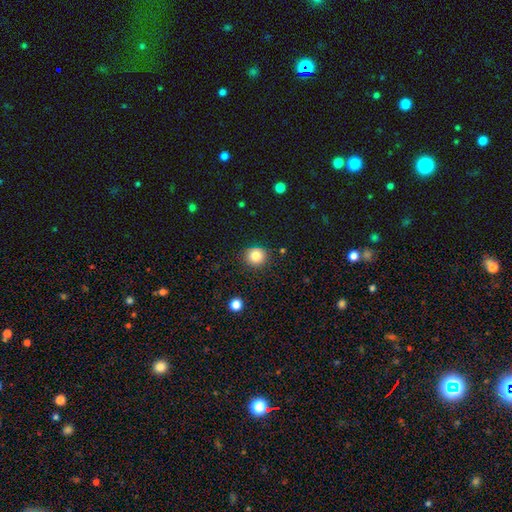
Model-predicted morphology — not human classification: Smooth or featured? Predicted: smooth (p=0.84). How rounded? Predicted: round (p=0.87). Merging? Predicted: none (p=0.88).